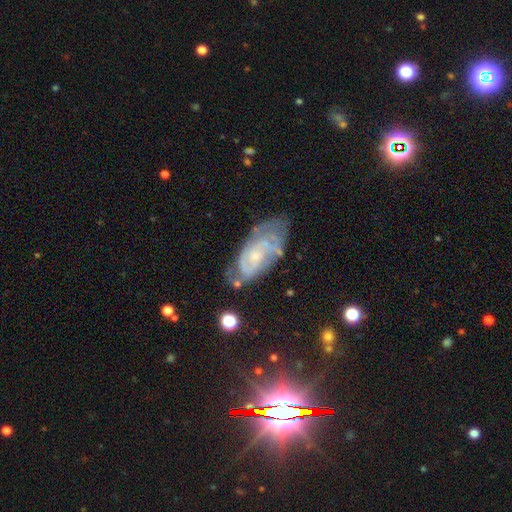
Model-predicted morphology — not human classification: Smooth or featured?
  - featured or disk: 75% *
  - smooth: 16%
  - star or artifact: 8%
Edge-on disk?
  - no: 93% *
  - yes: 7%
Bar?
  - no: 67% *
  - weak: 28%
  - strong: 5%
Spiral arms?
  - yes: 87% *
  - no: 13%
Spiral winding?
  - tight: 59% *
  - medium: 32%
  - loose: 9%
Spiral arm count?
  - can't tell: 43% *
  - 2: 33%
  - 3: 12%
  - 1: 5%
  - 4: 4%
  - more than 4: 3%
Bulge size?
  - small: 62% *
  - moderate: 28%
  - none: 7%
  - large: 2%
  - dominant: 1%
Merging?
  - none: 57% *
  - minor disturbance: 27%
  - major disturbance: 13%
  - merger: 4%